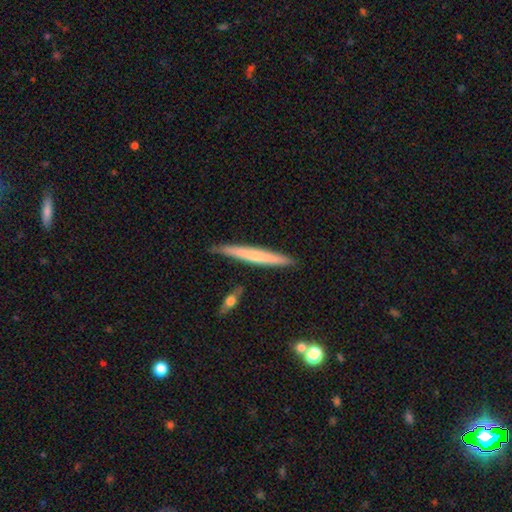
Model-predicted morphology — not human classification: This is possibly a smooth galaxy (50%). Merging: clearly none (85%).